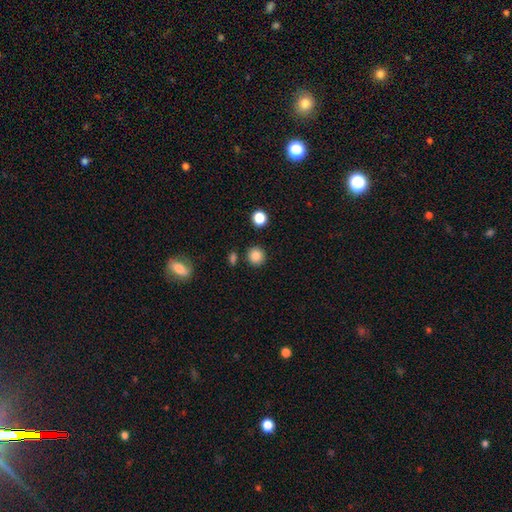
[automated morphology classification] smooth_or_featured: smooth (p=0.86) [alt: star or artifact p=0.10]
how_rounded: round (p=0.91) [alt: in between p=0.08]
merging: none (p=0.87) [alt: minor disturbance p=0.07]